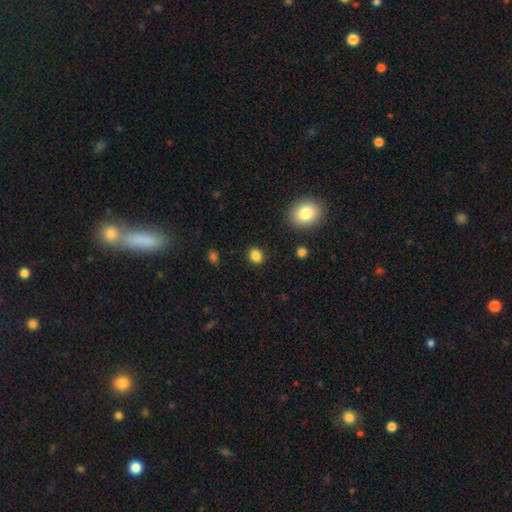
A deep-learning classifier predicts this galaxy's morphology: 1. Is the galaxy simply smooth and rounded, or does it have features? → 85% smooth, 11% star or artifact, 4% featured or disk.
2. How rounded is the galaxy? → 67% round, 32% in between, 1% cigar-shaped.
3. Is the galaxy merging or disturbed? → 89% none, 7% minor disturbance, 2% major disturbance, 1% merger.